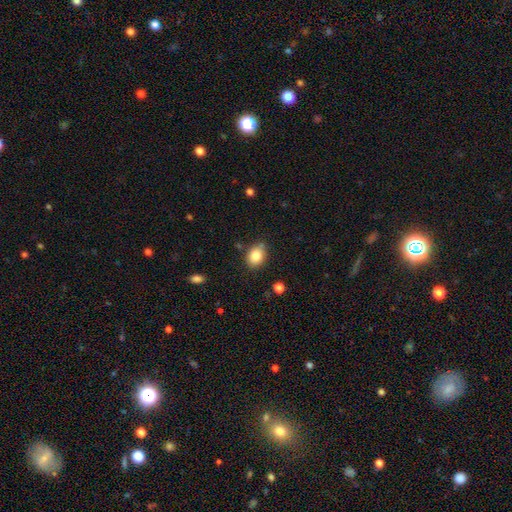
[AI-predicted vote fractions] smooth 85%, star or artifact 9%, featured or disk 7%. Down the decision tree: how rounded — in between (63%); merging — none (76%).